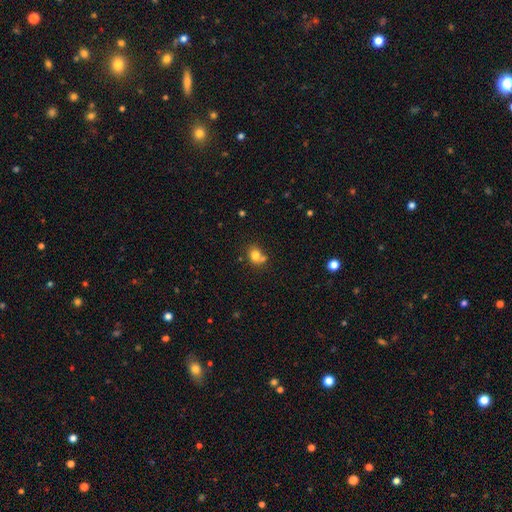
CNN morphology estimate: Smooth or featured? Predicted: smooth (p=0.79). How rounded? Predicted: round (p=0.62). Merging? Predicted: none (p=0.53).